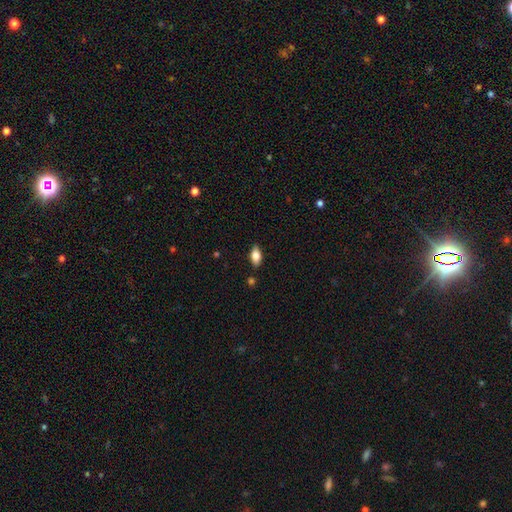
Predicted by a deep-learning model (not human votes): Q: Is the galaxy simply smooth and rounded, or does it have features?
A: smooth — 75%.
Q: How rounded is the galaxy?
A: in between — 88%.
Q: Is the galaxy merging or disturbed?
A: none — 85%.